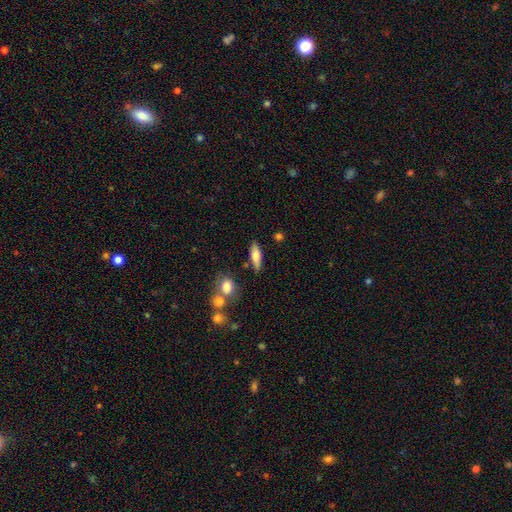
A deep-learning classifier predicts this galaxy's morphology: type=smooth (65%); roundness=in between (50%); merging=none (78%).